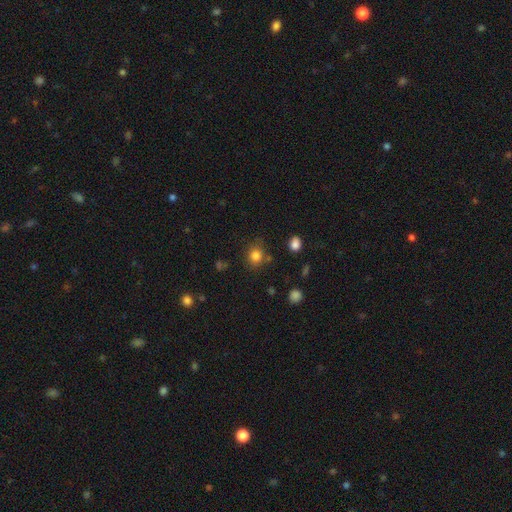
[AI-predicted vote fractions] A smooth galaxy with no disk features (82%) that is round (75%).

Vote fractions:
- Smooth or featured? smooth: 82% / star or artifact: 13% / featured or disk: 6%
- How rounded? round: 75% / in between: 24% / cigar-shaped: 1%
- Merging? none: 78% / minor disturbance: 13% / merger: 6% / major disturbance: 4%